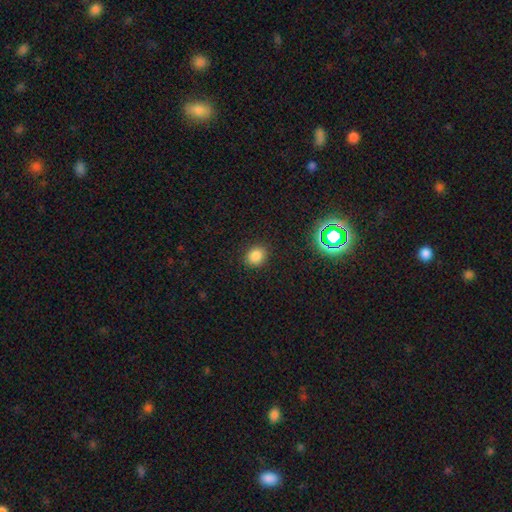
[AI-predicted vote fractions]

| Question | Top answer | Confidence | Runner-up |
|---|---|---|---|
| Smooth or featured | smooth | 81% | star or artifact (15%) |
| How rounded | round | 66% | in between (33%) |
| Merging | none | 88% | minor disturbance (8%) |